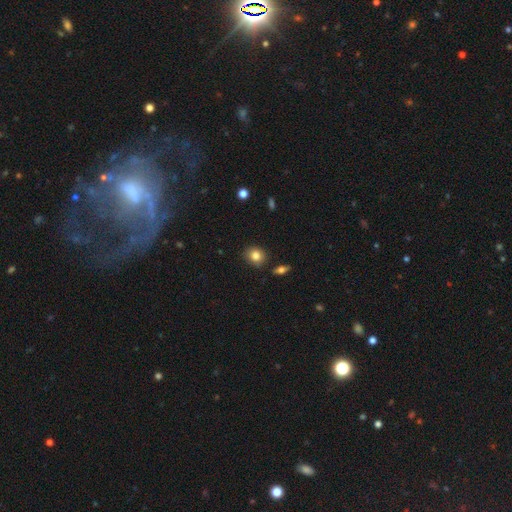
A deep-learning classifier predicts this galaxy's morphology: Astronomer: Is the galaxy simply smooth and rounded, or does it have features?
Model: smooth — 83%.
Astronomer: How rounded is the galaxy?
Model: round — 68%.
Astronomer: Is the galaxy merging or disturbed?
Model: none — 83%.